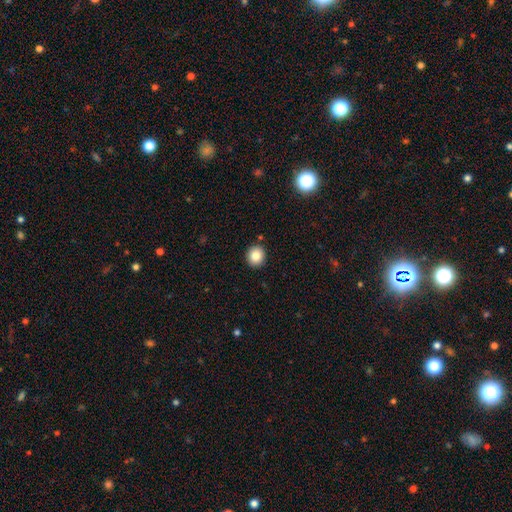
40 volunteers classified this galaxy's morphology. Smooth or featured?
  - smooth: 78% *
  - featured or disk: 15%
  - star or artifact: 8%
How rounded?
  - round: 100% *
  - in between: 0%
  - cigar-shaped: 0%
Merging?
  - none: 95% *
  - minor disturbance: 3%
  - major disturbance: 3%
  - merger: 0%